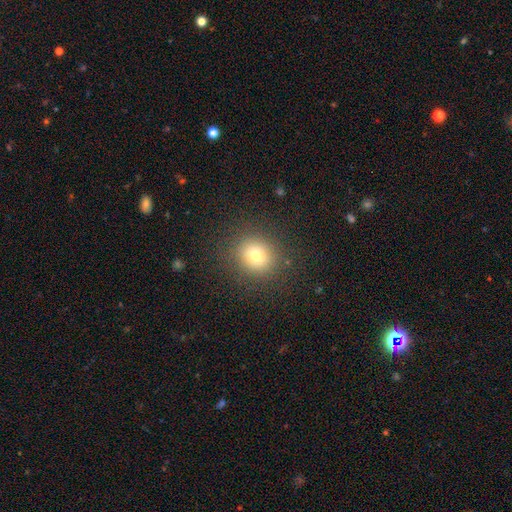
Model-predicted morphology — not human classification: This appears to be a smooth galaxy with no disk features (74%) that is round (85%). Merging: none (87%).